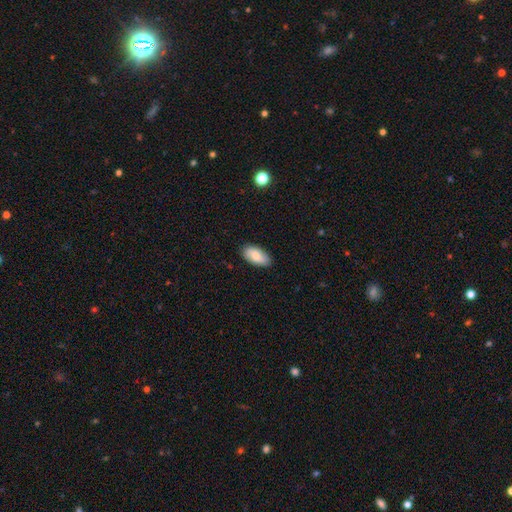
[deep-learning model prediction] The model was most divided on "smooth or featured": smooth: 82%, featured or disk: 11%, star or artifact: 6%. More confident: how rounded — in between (94%); merging — none (86%).